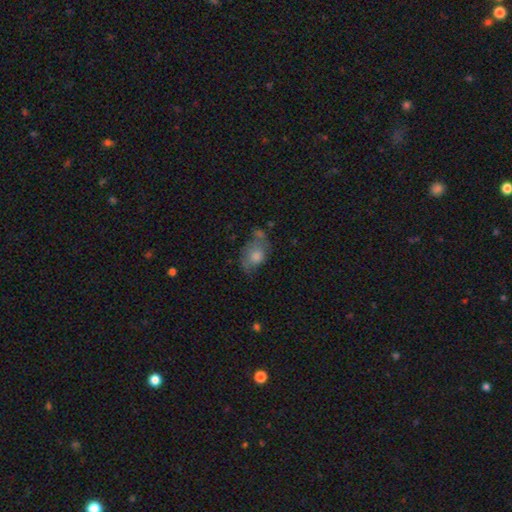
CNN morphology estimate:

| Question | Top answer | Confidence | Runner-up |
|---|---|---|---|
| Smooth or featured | smooth | 54% | featured or disk (35%) |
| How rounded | in between | 74% | round (23%) |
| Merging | none | 47% | minor disturbance (28%) |